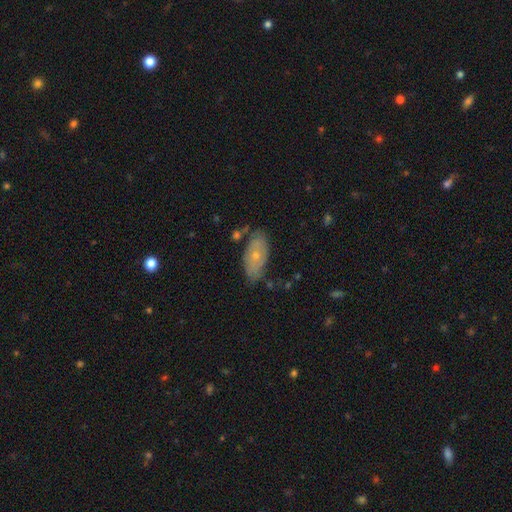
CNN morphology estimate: This is possibly a smooth galaxy (47%). Merging: likely none (68%).